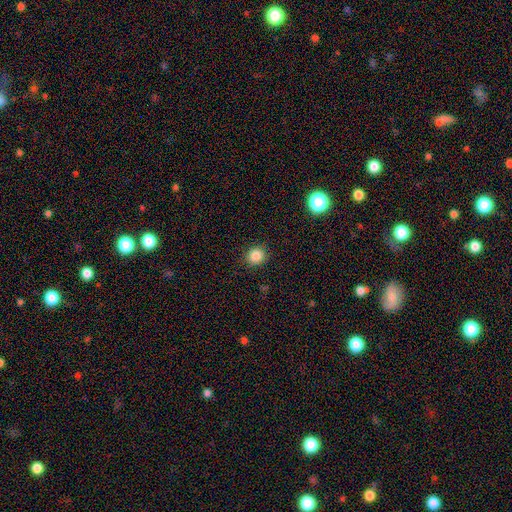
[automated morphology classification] Smooth or featured? smooth (84%)
How rounded? round (87%)
Merging? none (90%)